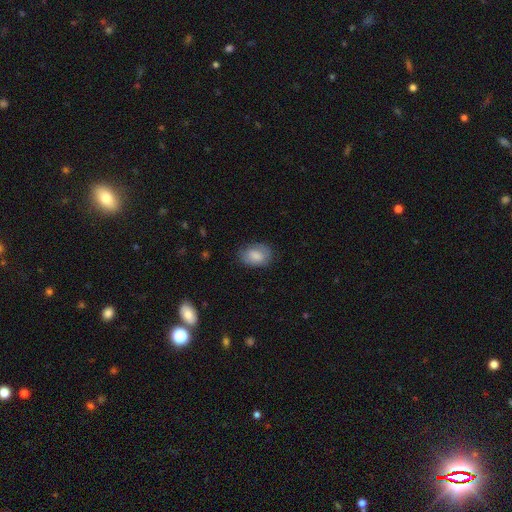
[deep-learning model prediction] smooth-or-featured: smooth: 79% | featured or disk: 14% | star or artifact: 7%
  how-rounded: in between: 82% | round: 17% | cigar-shaped: 1%
  merging: none: 73% | minor disturbance: 20% | major disturbance: 6% | merger: 1%